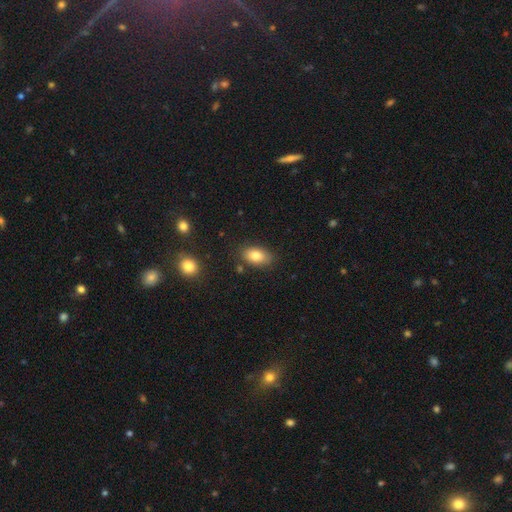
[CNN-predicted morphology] Smooth or featured: smooth — 81% (featured or disk — 11%)
How rounded: in between — 89% (round — 9%)
Merging: none — 83% (minor disturbance — 12%)